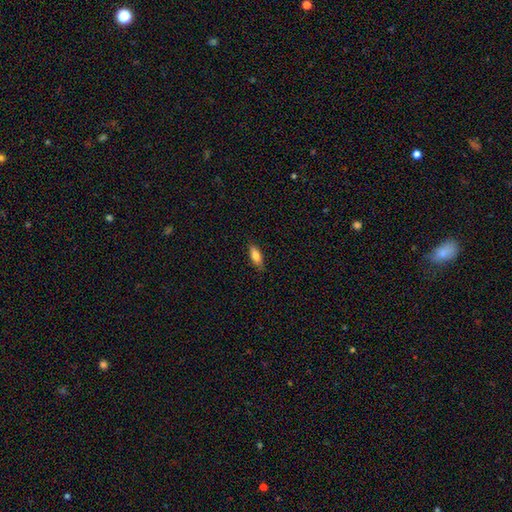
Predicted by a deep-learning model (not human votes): Smooth or featured: smooth — 80% (featured or disk — 13%)
How rounded: in between — 72% (cigar-shaped — 26%)
Merging: none — 84% (minor disturbance — 13%)